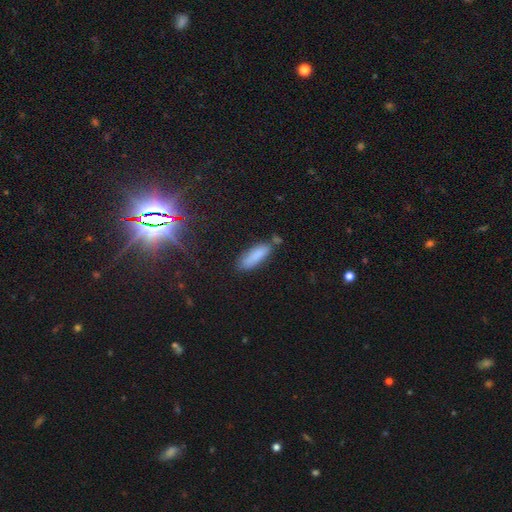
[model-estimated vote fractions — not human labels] Morphology: type=smooth (84%); roundness=cigar-shaped (52%); merging=none (72%).